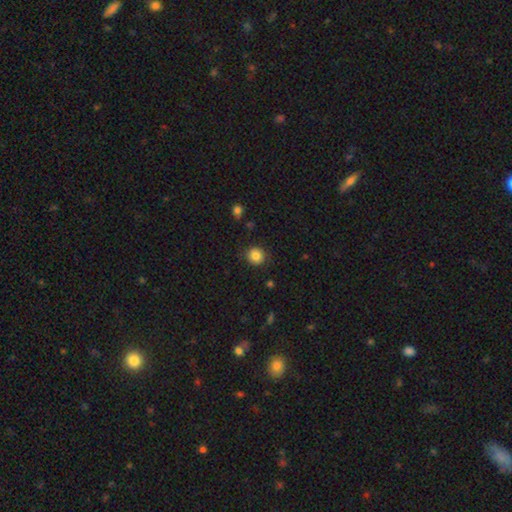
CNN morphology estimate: A smooth galaxy with no disk features (84%) that is round (89%).

Vote fractions:
- Smooth or featured? smooth: 84% / star or artifact: 11% / featured or disk: 6%
- How rounded? round: 89% / in between: 10% / cigar-shaped: 1%
- Merging? none: 85% / minor disturbance: 10% / major disturbance: 3% / merger: 1%